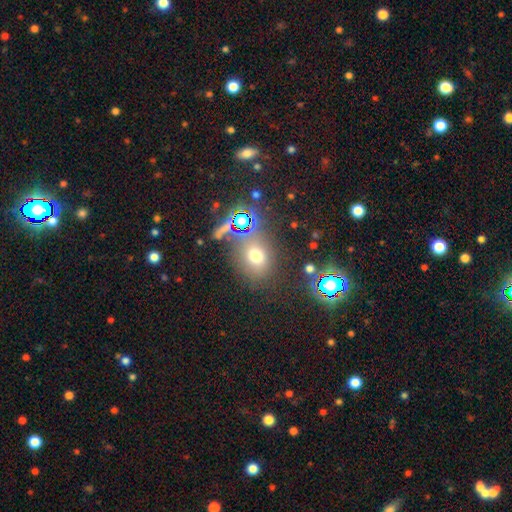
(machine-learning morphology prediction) type=smooth (63%); roundness=round (62%); merging=none (69%).